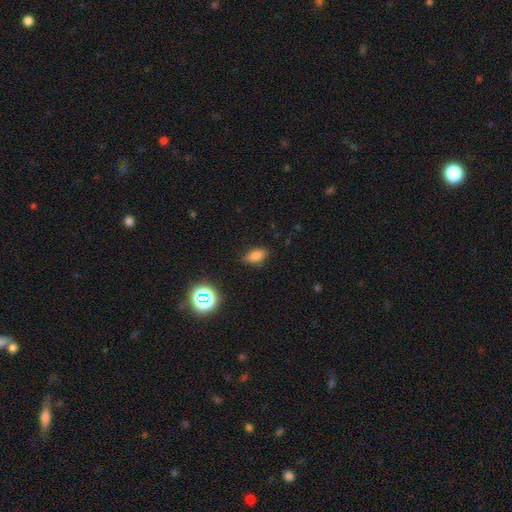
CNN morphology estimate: smooth_or_featured: smooth (p=0.77) [alt: star or artifact p=0.13]
how_rounded: in between (p=0.85) [alt: round p=0.08]
merging: none (p=0.80) [alt: minor disturbance p=0.15]